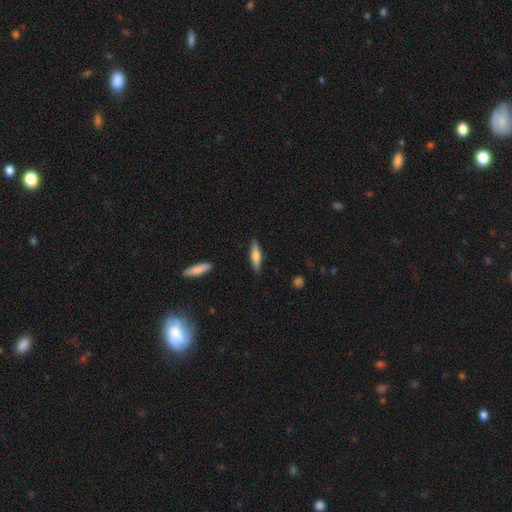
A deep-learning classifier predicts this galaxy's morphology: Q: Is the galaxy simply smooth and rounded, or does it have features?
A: smooth — 63%.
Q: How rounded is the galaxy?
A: cigar-shaped — 71%.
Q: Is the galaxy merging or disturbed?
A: none — 87%.